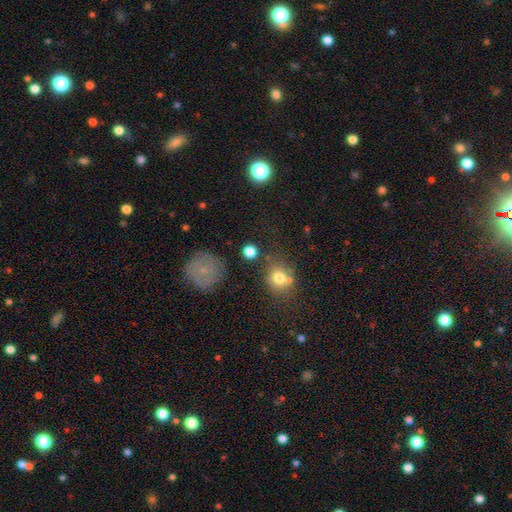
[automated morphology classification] The model was most divided on "smooth or featured": star or artifact: 45%, smooth: 43%, featured or disk: 11%.